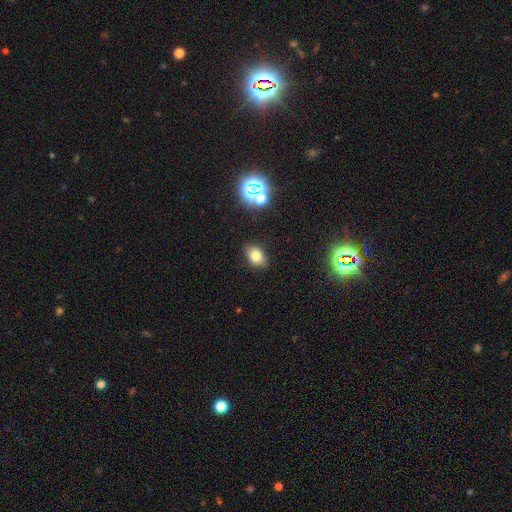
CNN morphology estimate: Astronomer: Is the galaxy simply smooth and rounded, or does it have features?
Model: smooth — 76%.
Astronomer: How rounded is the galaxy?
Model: in between — 81%.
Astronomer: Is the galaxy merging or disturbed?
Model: none — 85%.